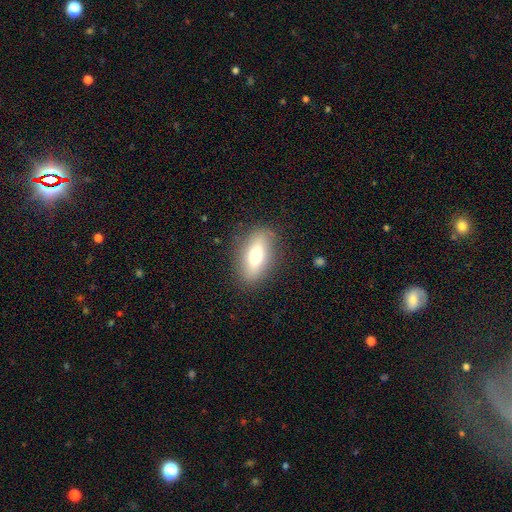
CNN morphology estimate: smooth_or_featured: smooth (p=0.63) [alt: featured or disk p=0.28]
how_rounded: in between (p=0.76) [alt: cigar-shaped p=0.16]
merging: none (p=0.84) [alt: minor disturbance p=0.11]